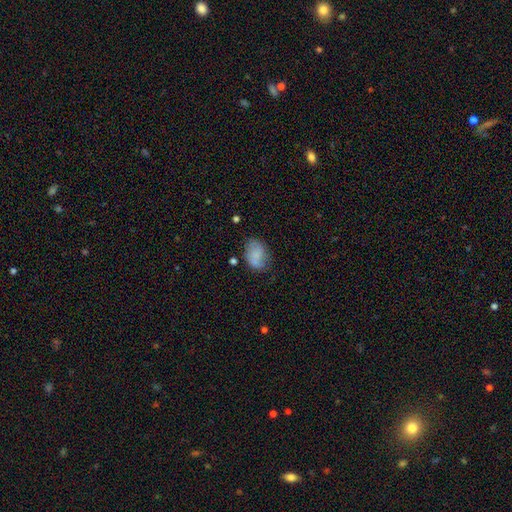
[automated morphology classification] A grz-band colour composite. It shows a smooth galaxy with no disk features (70%) that is in between round and cigar-shaped (80%). Merging: none (62%).